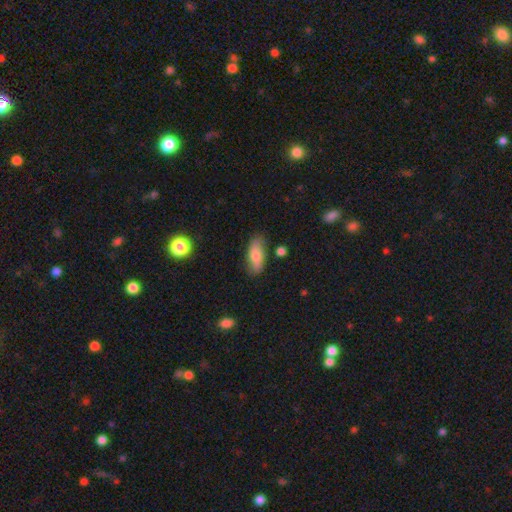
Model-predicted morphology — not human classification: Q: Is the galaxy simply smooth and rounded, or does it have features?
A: smooth — 66%.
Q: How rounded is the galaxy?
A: in between — 78%.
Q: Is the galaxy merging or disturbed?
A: none — 78%.